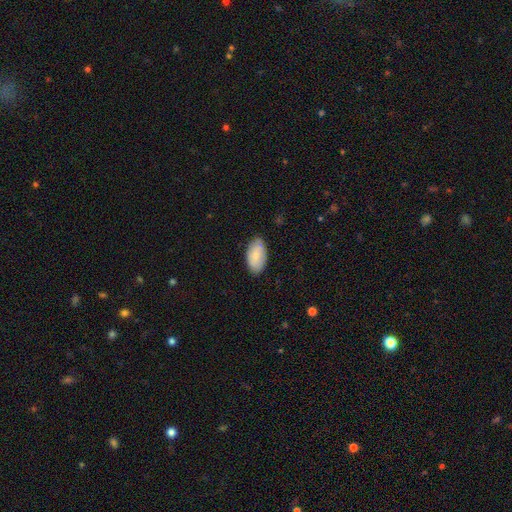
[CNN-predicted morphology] Smooth or featured? smooth (78%)
How rounded? in between (95%)
Merging? none (82%)